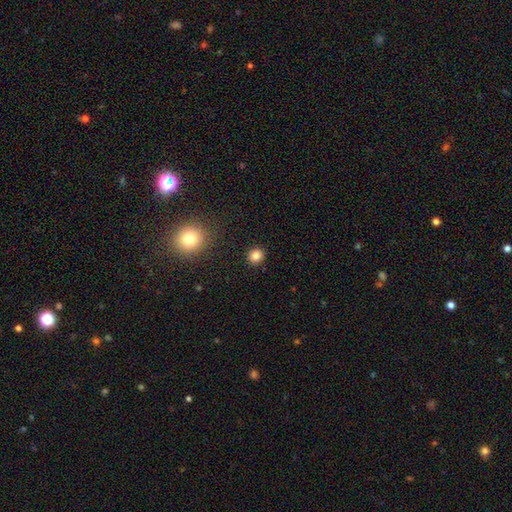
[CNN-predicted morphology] Smooth or featured?
  - smooth: 83% *
  - star or artifact: 12%
  - featured or disk: 5%
How rounded?
  - round: 86% *
  - in between: 13%
  - cigar-shaped: 1%
Merging?
  - none: 91% *
  - minor disturbance: 5%
  - major disturbance: 2%
  - merger: 2%